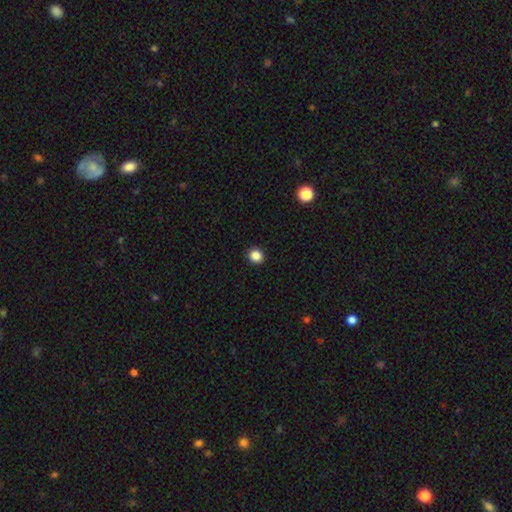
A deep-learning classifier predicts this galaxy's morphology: smooth_or_featured: smooth (p=0.86) [alt: star or artifact p=0.11]
how_rounded: round (p=0.90) [alt: in between p=0.09]
merging: none (p=0.93) [alt: minor disturbance p=0.04]